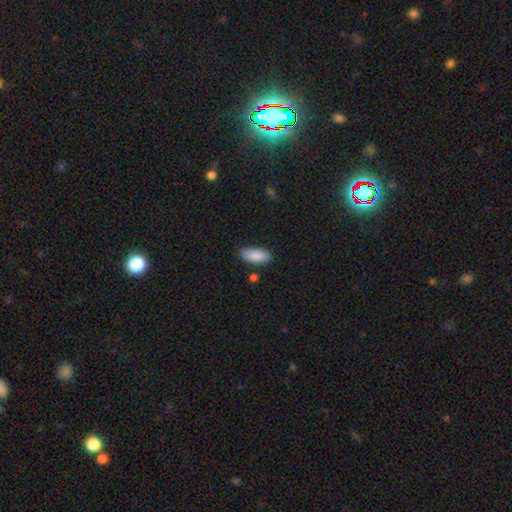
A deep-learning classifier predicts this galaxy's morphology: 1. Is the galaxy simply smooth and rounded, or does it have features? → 88% smooth, 6% star or artifact, 6% featured or disk.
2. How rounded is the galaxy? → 87% in between, 11% cigar-shaped, 2% round.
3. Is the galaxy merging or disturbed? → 81% none, 13% minor disturbance, 3% merger, 3% major disturbance.